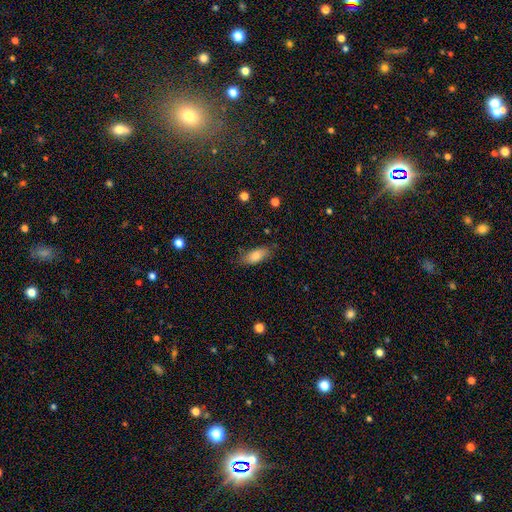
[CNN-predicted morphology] Q: Smooth or featured?
A: smooth (79%); runner-up: featured or disk (14%)
Q: How rounded?
A: in between (86%); runner-up: cigar-shaped (12%)
Q: Merging?
A: none (75%); runner-up: minor disturbance (20%)